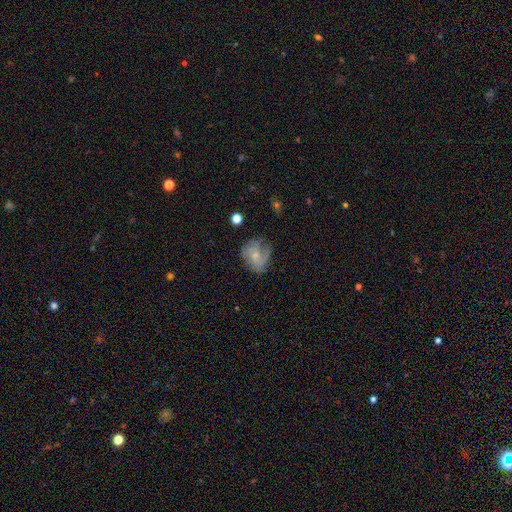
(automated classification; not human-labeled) featured or disk 48%, smooth 43%, star or artifact 9%. Down the decision tree: merging — none (51%).